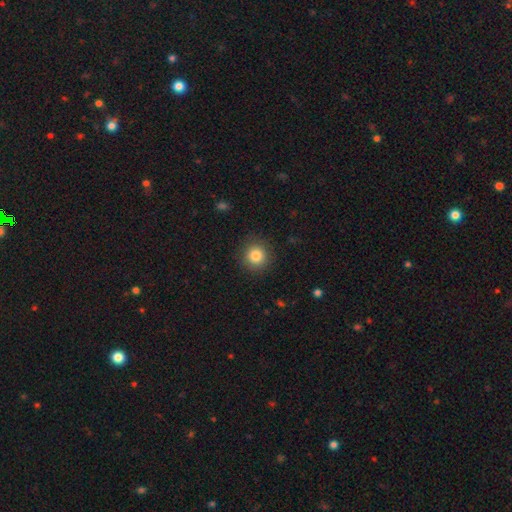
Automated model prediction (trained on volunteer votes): Q: Smooth or featured?
A: smooth (83%); runner-up: star or artifact (11%)
Q: How rounded?
A: round (93%); runner-up: in between (6%)
Q: Merging?
A: none (89%); runner-up: minor disturbance (7%)